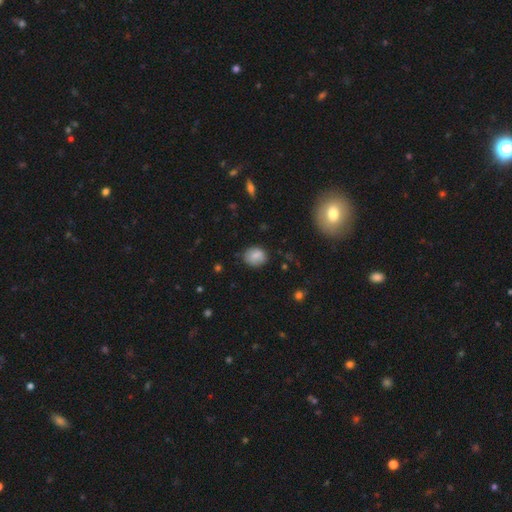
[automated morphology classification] Q: Smooth or featured?
A: smooth (80%); runner-up: featured or disk (11%)
Q: How rounded?
A: round (55%); runner-up: in between (44%)
Q: Merging?
A: none (79%); runner-up: minor disturbance (16%)